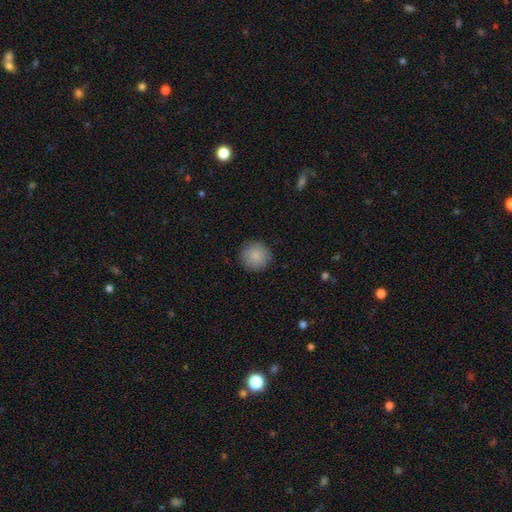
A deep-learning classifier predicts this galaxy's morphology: smooth-or-featured: smooth: 87% | star or artifact: 8% | featured or disk: 5%
  how-rounded: round: 95% | in between: 4% | cigar-shaped: 1%
  merging: none: 90% | minor disturbance: 7% | major disturbance: 2% | merger: 1%